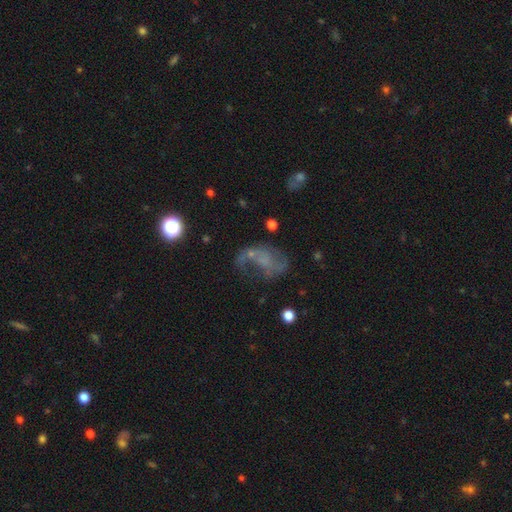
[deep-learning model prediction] Q: Smooth or featured?
A: featured or disk (57%); runner-up: smooth (25%)
Q: Edge-on disk?
A: no (97%); runner-up: yes (3%)
Q: Bar?
A: no (73%); runner-up: weak (21%)
Q: Spiral arms?
A: yes (60%); runner-up: no (40%)
Q: Bulge size?
A: none (63%); runner-up: small (23%)
Q: Merging?
A: major disturbance (37%); runner-up: none (35%)